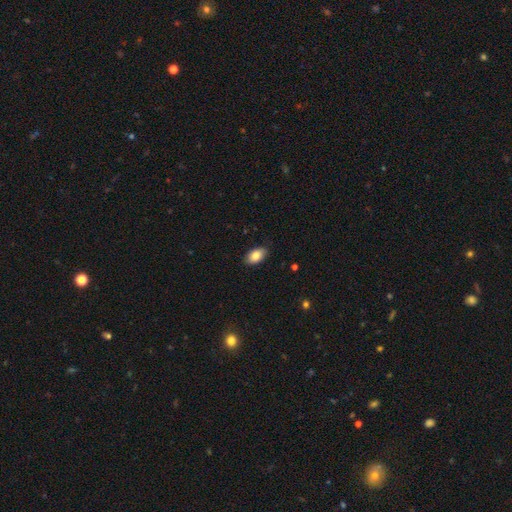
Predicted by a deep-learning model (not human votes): Smooth or featured: smooth — 86% (star or artifact — 7%)
How rounded: in between — 93% (round — 6%)
Merging: none — 87% (minor disturbance — 10%)